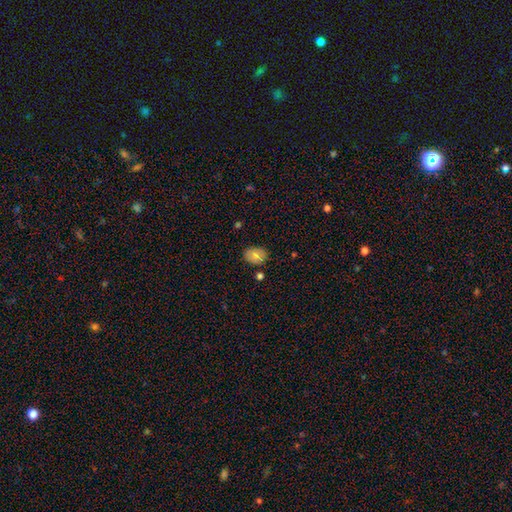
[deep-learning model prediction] smooth-or-featured: smooth: 77% | featured or disk: 14% | star or artifact: 9%
  how-rounded: in between: 63% | round: 36% | cigar-shaped: 1%
  merging: none: 82% | minor disturbance: 13% | merger: 3% | major disturbance: 3%